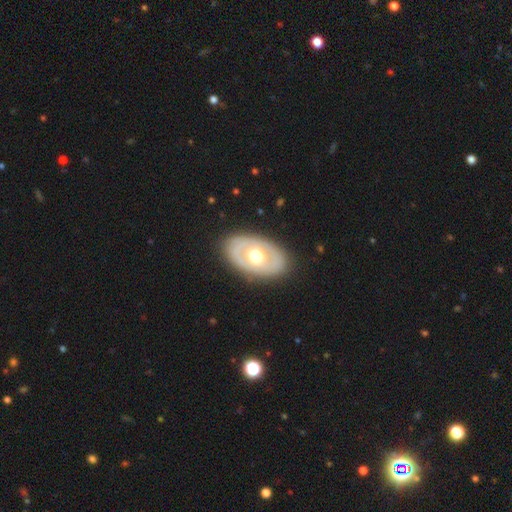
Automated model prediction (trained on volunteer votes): Q: Smooth or featured?
A: featured or disk (56%); runner-up: smooth (39%)
Q: Edge-on disk?
A: no (89%); runner-up: yes (11%)
Q: Bar?
A: no (90%); runner-up: weak (7%)
Q: Spiral arms?
A: no (88%); runner-up: yes (12%)
Q: Bulge size?
A: moderate (55%); runner-up: large (39%)
Q: Merging?
A: none (82%); runner-up: minor disturbance (13%)